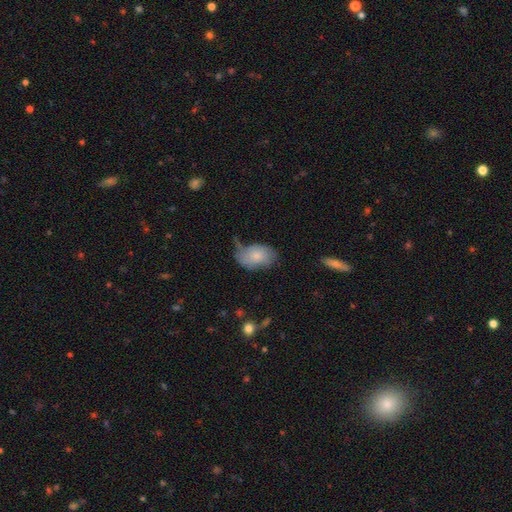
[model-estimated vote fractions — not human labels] Smooth or featured: smooth — 68% (featured or disk — 25%)
How rounded: in between — 90% (round — 9%)
Merging: none — 41% (minor disturbance — 35%)